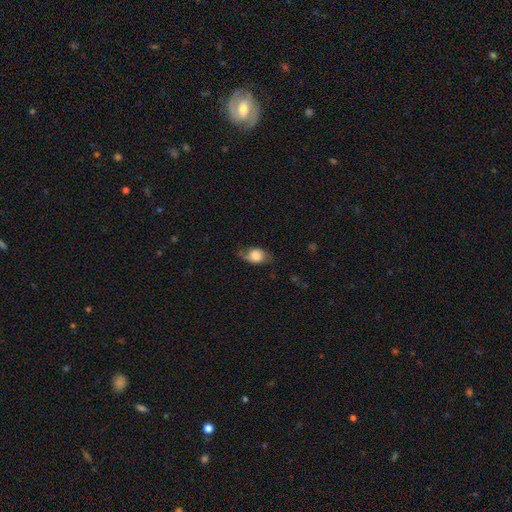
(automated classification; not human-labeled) Smooth or featured? smooth (61%)
How rounded? in between (70%)
Merging? none (54%)